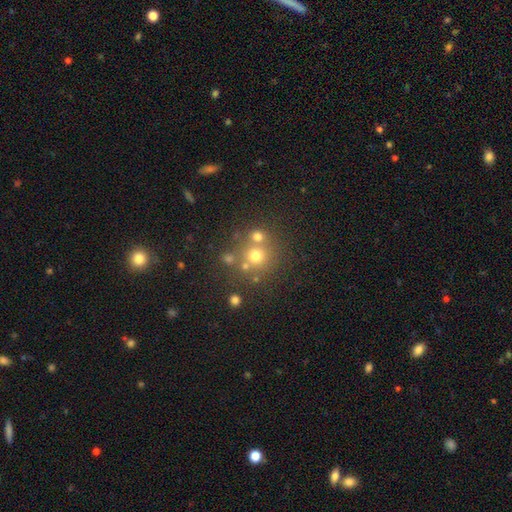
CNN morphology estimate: smooth-or-featured: smooth: 64% | star or artifact: 20% | featured or disk: 16%
  how-rounded: round: 90% | in between: 9% | cigar-shaped: 1%
  merging: none: 61% | merger: 26% | minor disturbance: 9% | major disturbance: 4%